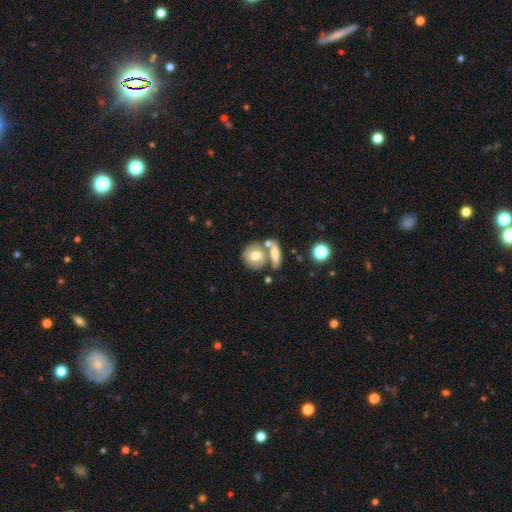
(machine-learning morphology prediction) smooth-or-featured: smooth: 69% | featured or disk: 24% | star or artifact: 8%
  how-rounded: round: 70% | in between: 26% | cigar-shaped: 4%
  merging: none: 49% | merger: 37% | minor disturbance: 11% | major disturbance: 4%